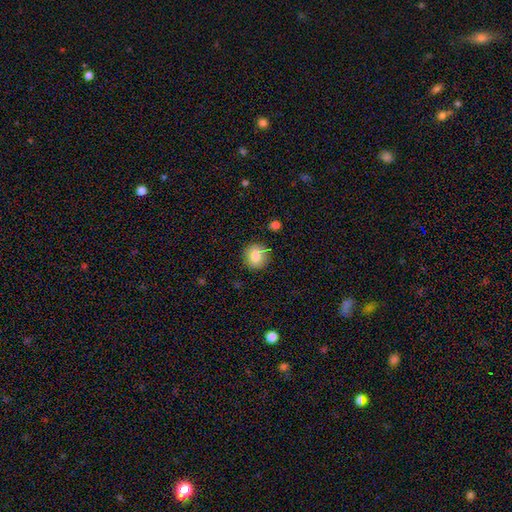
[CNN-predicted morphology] Smooth or featured? smooth (82%)
How rounded? round (92%)
Merging? none (85%)